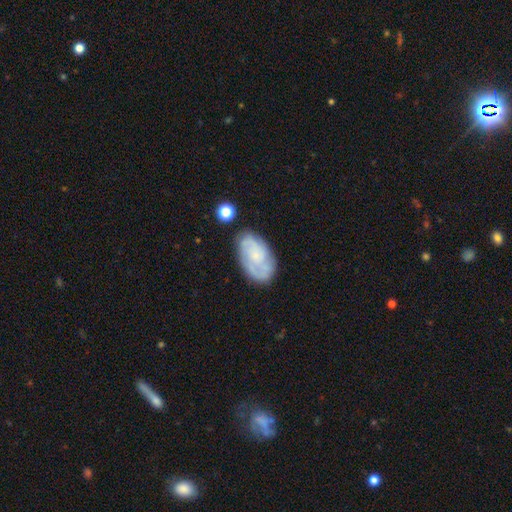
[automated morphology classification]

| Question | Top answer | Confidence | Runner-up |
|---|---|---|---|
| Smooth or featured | featured or disk | 62% | smooth (30%) |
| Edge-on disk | no | 96% | yes (4%) |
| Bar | no | 76% | weak (21%) |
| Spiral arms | yes | 84% | no (16%) |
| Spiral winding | tight | 52% | medium (35%) |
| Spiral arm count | can't tell | 42% | 2 (28%) |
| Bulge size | small | 64% | moderate (17%) |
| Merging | none | 69% | minor disturbance (20%) |